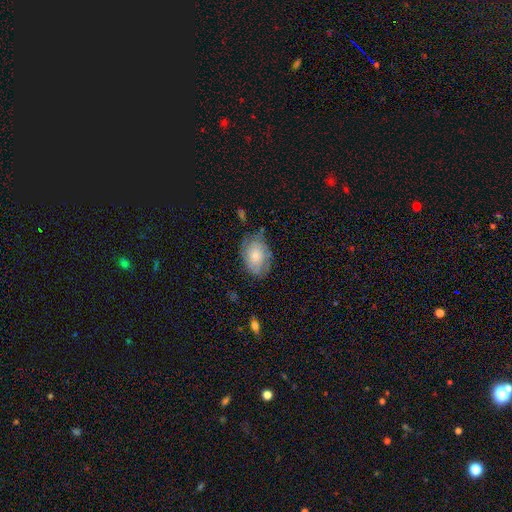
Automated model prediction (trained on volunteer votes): Q: Smooth or featured?
A: smooth (59%); runner-up: featured or disk (34%)
Q: How rounded?
A: in between (81%); runner-up: round (18%)
Q: Merging?
A: none (63%); runner-up: minor disturbance (26%)